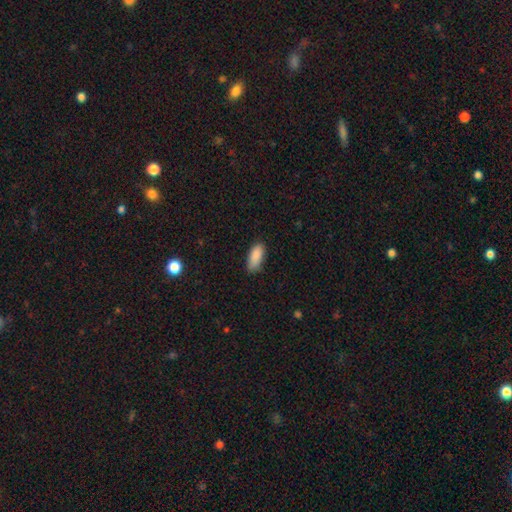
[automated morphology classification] Q: Smooth or featured?
A: smooth (89%); runner-up: star or artifact (7%)
Q: How rounded?
A: in between (84%); runner-up: cigar-shaped (14%)
Q: Merging?
A: none (78%); runner-up: minor disturbance (18%)